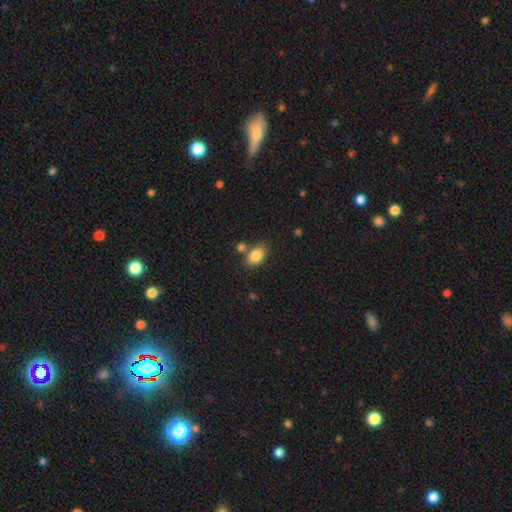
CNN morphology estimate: Overall: smooth (85%). How rounded: in between (83%). Merging: none (66%).